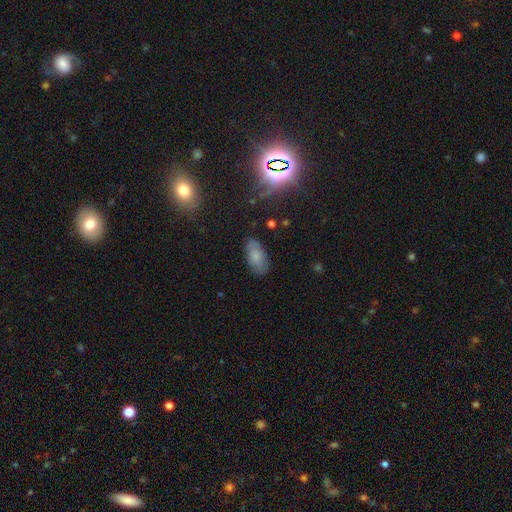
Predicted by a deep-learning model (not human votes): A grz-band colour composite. It shows a smooth galaxy with no disk features (75%) that is in between round and cigar-shaped (91%). Merging: none (79%).